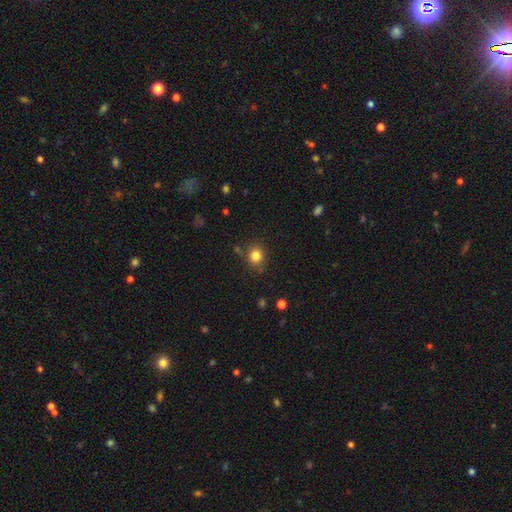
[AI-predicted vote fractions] Smooth or featured?
  - smooth: 82% *
  - star or artifact: 12%
  - featured or disk: 6%
How rounded?
  - round: 82% *
  - in between: 17%
  - cigar-shaped: 1%
Merging?
  - none: 80% *
  - minor disturbance: 12%
  - merger: 4%
  - major disturbance: 4%